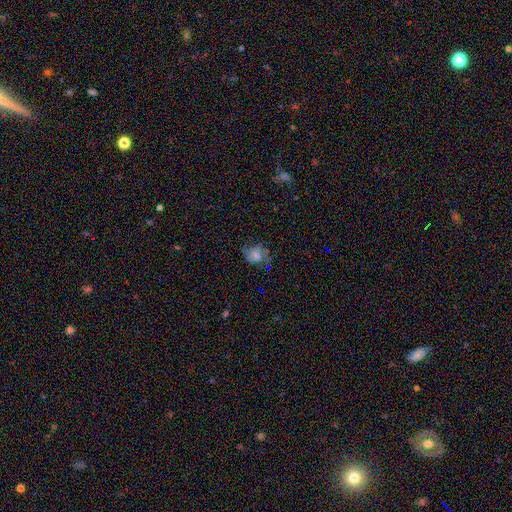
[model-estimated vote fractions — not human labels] Smooth or featured? Predicted: smooth (p=0.47). Merging? Predicted: none (p=0.58).